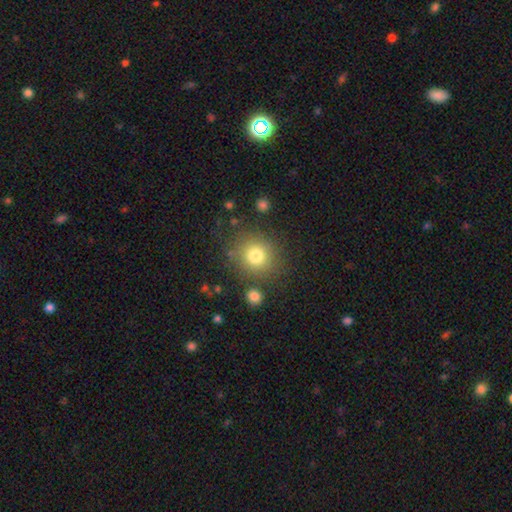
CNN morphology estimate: smooth 78%, star or artifact 12%, featured or disk 9%. Down the decision tree: how rounded — round (87%); merging — none (80%).